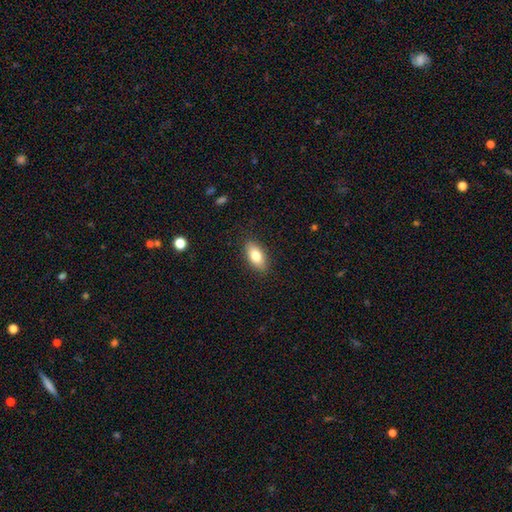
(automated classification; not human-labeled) Smooth or featured?
  - smooth: 80% *
  - featured or disk: 13%
  - star or artifact: 7%
How rounded?
  - in between: 89% *
  - cigar-shaped: 7%
  - round: 4%
Merging?
  - none: 88% *
  - minor disturbance: 9%
  - major disturbance: 2%
  - merger: 1%